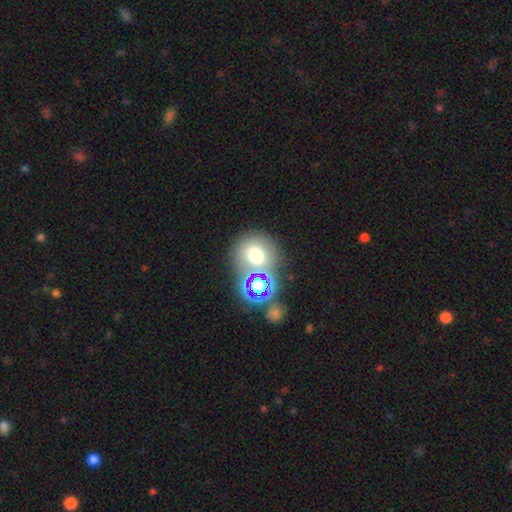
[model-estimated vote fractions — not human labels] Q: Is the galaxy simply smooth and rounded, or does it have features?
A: smooth — 63%.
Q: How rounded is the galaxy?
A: round — 86%.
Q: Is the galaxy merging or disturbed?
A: none — 61%.